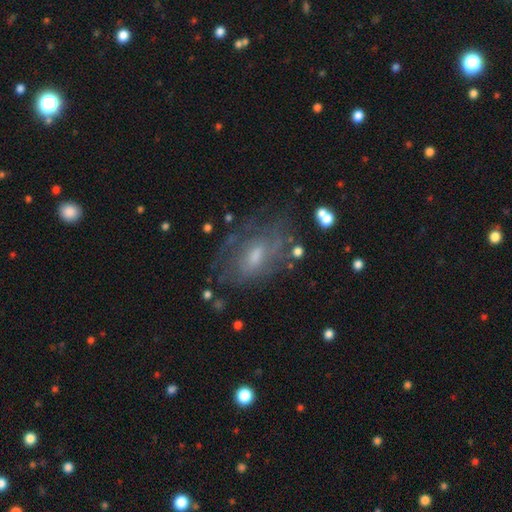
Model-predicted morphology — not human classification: featured or disk 62%, smooth 27%, star or artifact 11%. Down the decision tree: edge-on disk — no (93%); bar — no (46%, tied with weak); spiral arms — yes (64%); bulge size — moderate (44%); merging — none (60%).